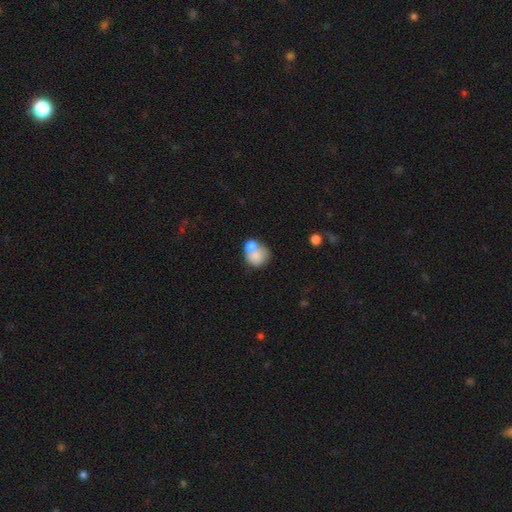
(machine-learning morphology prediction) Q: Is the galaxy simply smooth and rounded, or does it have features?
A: smooth — 74%.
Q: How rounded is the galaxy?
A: round — 73%.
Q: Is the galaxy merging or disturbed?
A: merger — 51%.